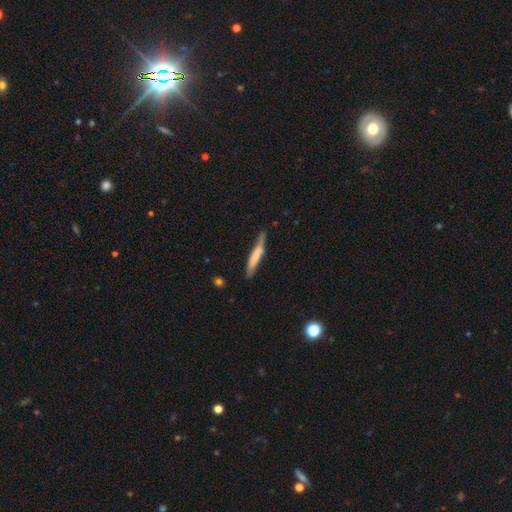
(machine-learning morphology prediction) The model was most divided on "smooth or featured": smooth: 62%, featured or disk: 32%, star or artifact: 6%. More confident: how rounded — cigar-shaped (93%); merging — none (71%).